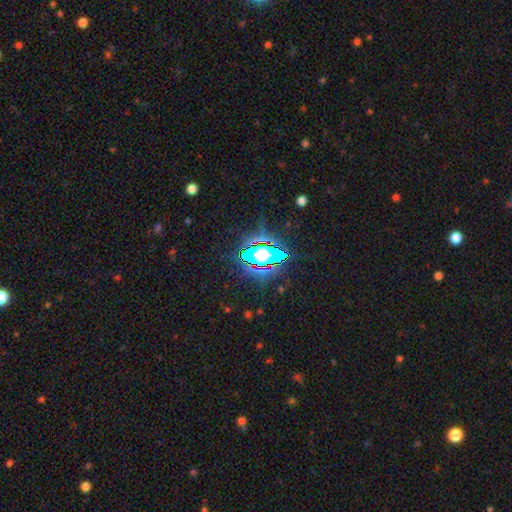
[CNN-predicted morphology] This is clearly a star or artifact rather than a galaxy (82%).